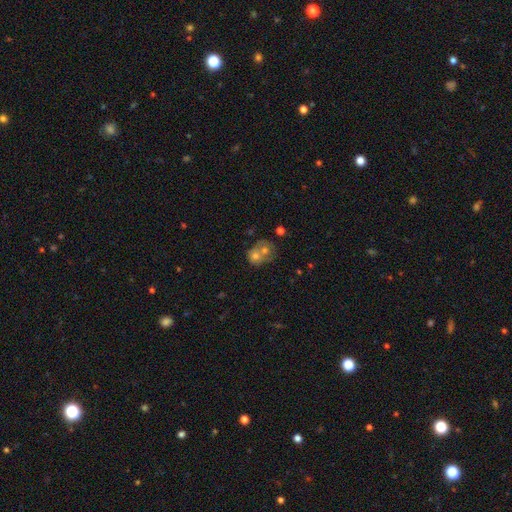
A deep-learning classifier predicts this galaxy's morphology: Q: Smooth or featured?
A: smooth (60%); runner-up: featured or disk (30%)
Q: How rounded?
A: round (63%); runner-up: in between (36%)
Q: Merging?
A: merger (67%); runner-up: none (20%)